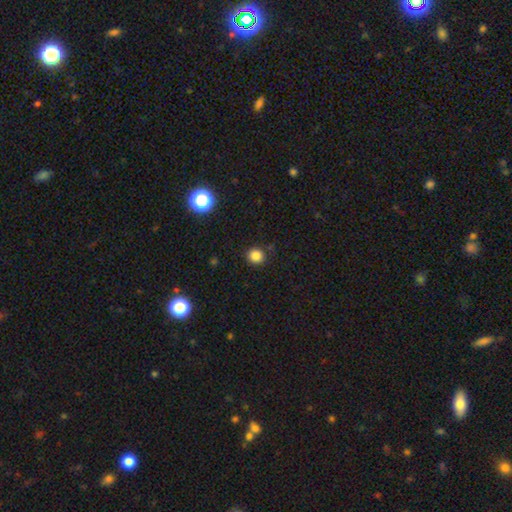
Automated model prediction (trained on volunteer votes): smooth_or_featured: smooth (p=0.84) [alt: star or artifact p=0.13]
how_rounded: round (p=0.89) [alt: in between p=0.10]
merging: none (p=0.90) [alt: minor disturbance p=0.07]